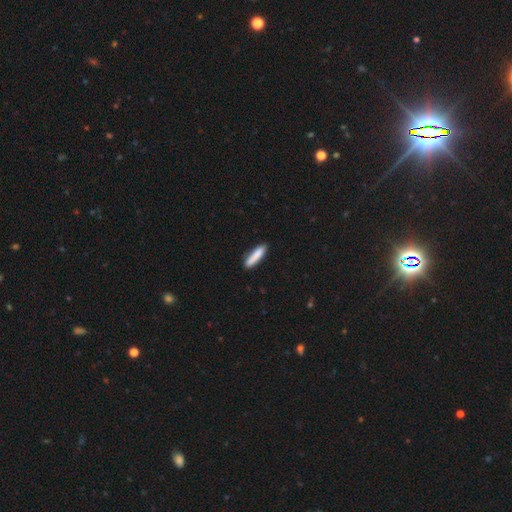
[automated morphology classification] smooth_or_featured: smooth (p=0.85) [alt: featured or disk p=0.10]
how_rounded: cigar-shaped (p=0.82) [alt: in between p=0.16]
merging: none (p=0.83) [alt: minor disturbance p=0.12]